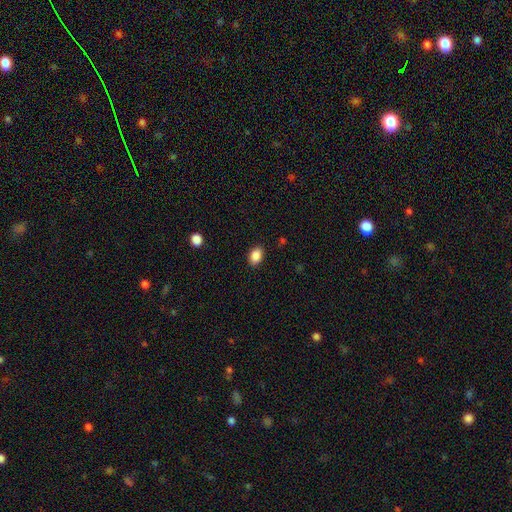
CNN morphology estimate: The model was most divided on "how rounded": in between: 82%, round: 17%, cigar-shaped: 1%. More confident: merging — none (88%); smooth or featured — smooth (88%).